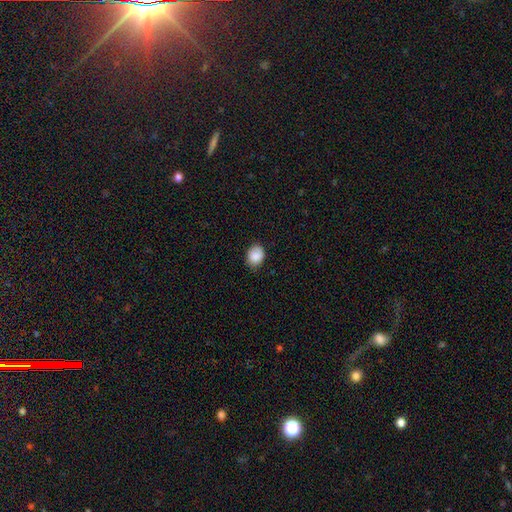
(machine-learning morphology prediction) A smooth galaxy with no disk features (87%) that is in between round and cigar-shaped (57%).

Vote fractions:
- Smooth or featured? smooth: 87% / star or artifact: 8% / featured or disk: 6%
- How rounded? in between: 57% / round: 42% / cigar-shaped: 1%
- Merging? none: 76% / minor disturbance: 20% / major disturbance: 3% / merger: 1%